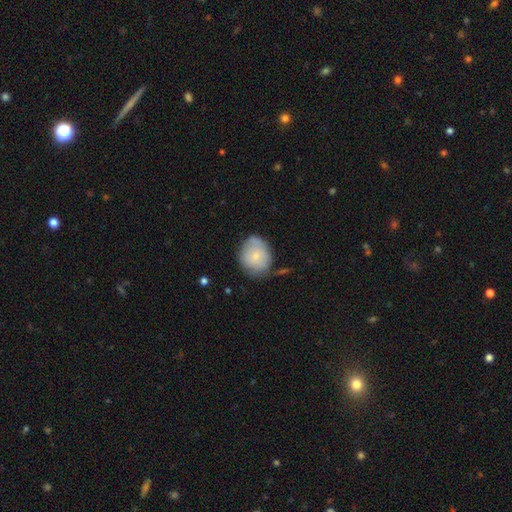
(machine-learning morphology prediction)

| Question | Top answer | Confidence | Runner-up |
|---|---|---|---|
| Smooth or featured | smooth | 70% | featured or disk (22%) |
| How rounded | round | 67% | in between (33%) |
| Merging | none | 59% | minor disturbance (29%) |